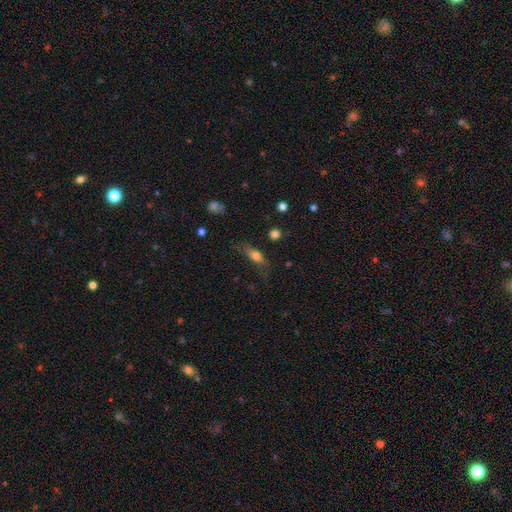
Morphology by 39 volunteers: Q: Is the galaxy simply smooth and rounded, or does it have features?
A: smooth — 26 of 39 (67%).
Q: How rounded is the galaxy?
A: in between — 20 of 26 (77%).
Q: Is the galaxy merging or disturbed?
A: none — 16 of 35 (46%).